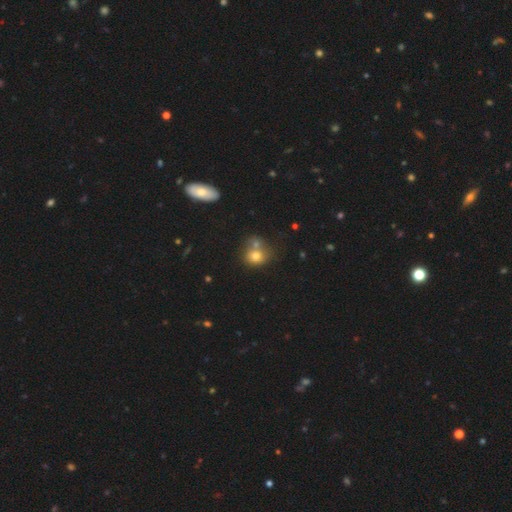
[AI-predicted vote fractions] Smooth or featured? smooth (73%)
How rounded? round (72%)
Merging? merger (45%)